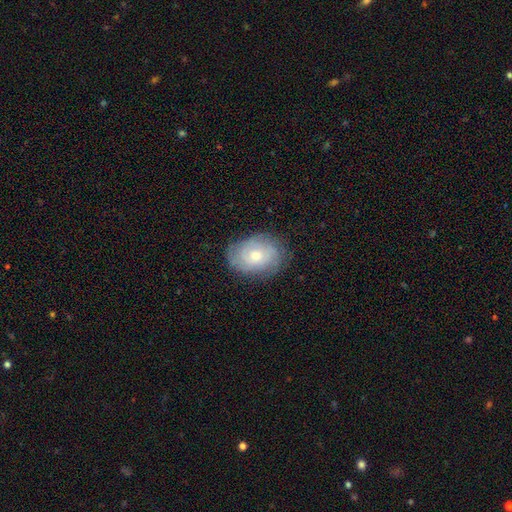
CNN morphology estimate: Q: Smooth or featured?
A: featured or disk (57%); runner-up: smooth (35%)
Q: Edge-on disk?
A: no (96%); runner-up: yes (4%)
Q: Bar?
A: no (80%); runner-up: weak (18%)
Q: Spiral arms?
A: yes (81%); runner-up: no (19%)
Q: Bulge size?
A: moderate (53%); runner-up: small (42%)
Q: Merging?
A: none (77%); runner-up: minor disturbance (17%)